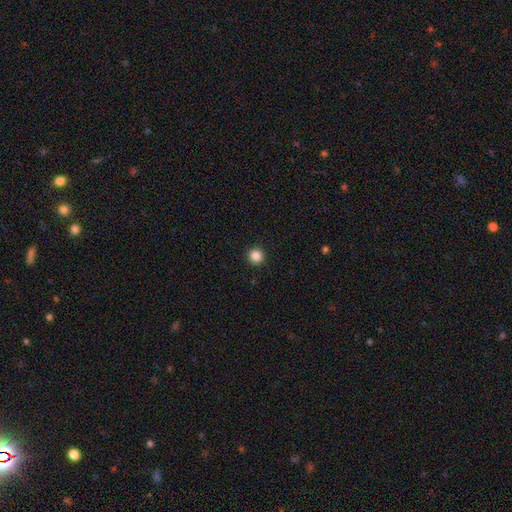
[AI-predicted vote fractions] This is clearly a smooth galaxy (86%). How rounded: clearly round (95%). Merging: clearly none (93%).